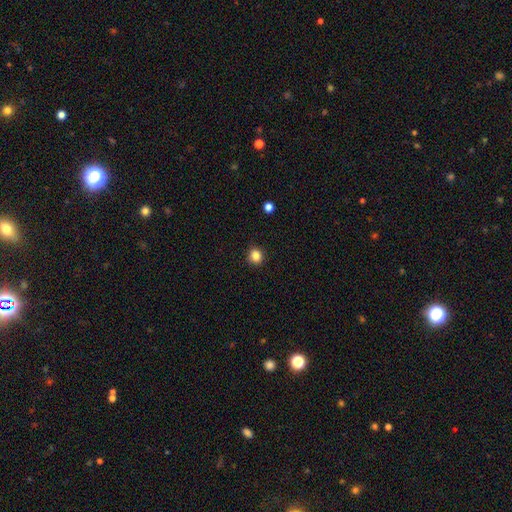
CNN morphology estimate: Smooth or featured: smooth — 84% (star or artifact — 11%)
How rounded: round — 81% (in between — 18%)
Merging: none — 91% (minor disturbance — 6%)